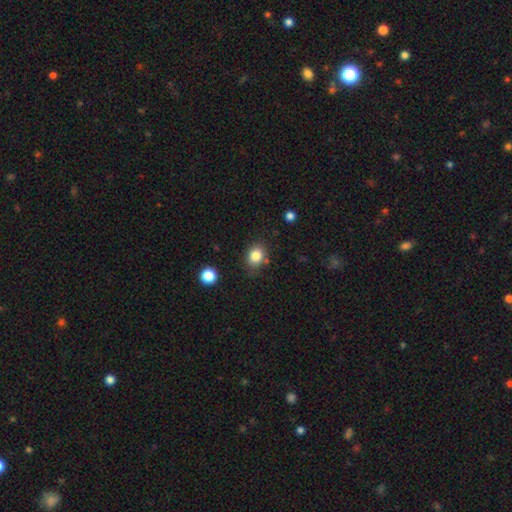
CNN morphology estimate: A smooth galaxy with no disk features (84%) that is round (55%).

Vote fractions:
- Smooth or featured? smooth: 84% / star or artifact: 10% / featured or disk: 6%
- How rounded? round: 55% / in between: 44% / cigar-shaped: 1%
- Merging? none: 78% / minor disturbance: 15% / merger: 4% / major disturbance: 4%